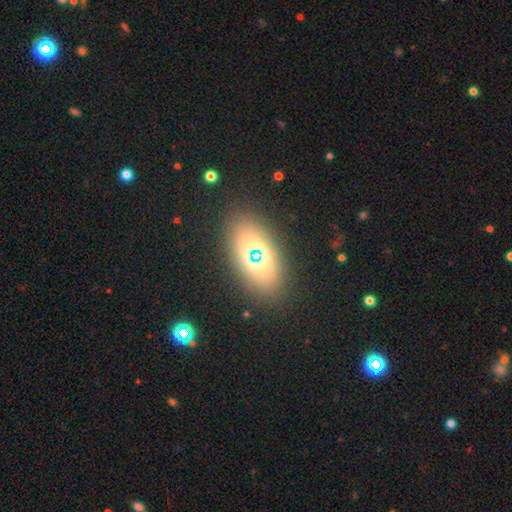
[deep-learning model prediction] Smooth or featured? smooth (57%)
How rounded? in between (84%)
Merging? none (86%)